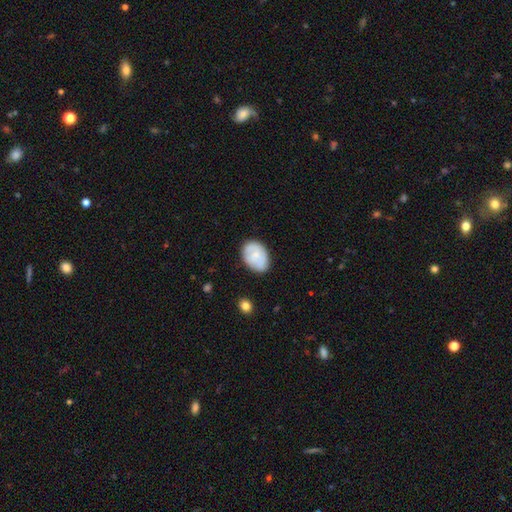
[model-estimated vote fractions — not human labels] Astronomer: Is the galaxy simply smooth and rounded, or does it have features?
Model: smooth — 65%.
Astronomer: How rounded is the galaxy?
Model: in between — 77%.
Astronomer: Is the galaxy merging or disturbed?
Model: none — 73%.